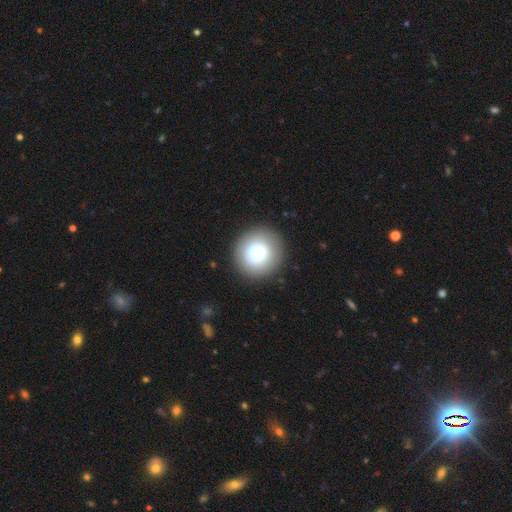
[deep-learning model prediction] smooth-or-featured: smooth: 77% | featured or disk: 12% | star or artifact: 10%
  how-rounded: round: 94% | in between: 5% | cigar-shaped: 1%
  merging: none: 90% | minor disturbance: 6% | major disturbance: 3% | merger: 1%